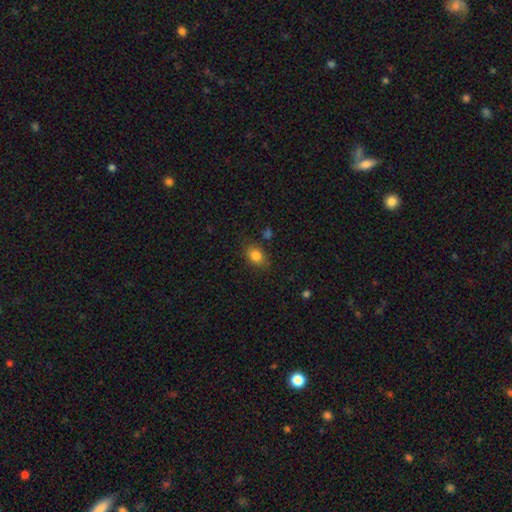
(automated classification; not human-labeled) Q: Smooth or featured?
A: smooth (83%); runner-up: star or artifact (10%)
Q: How rounded?
A: in between (71%); runner-up: round (27%)
Q: Merging?
A: none (79%); runner-up: minor disturbance (15%)